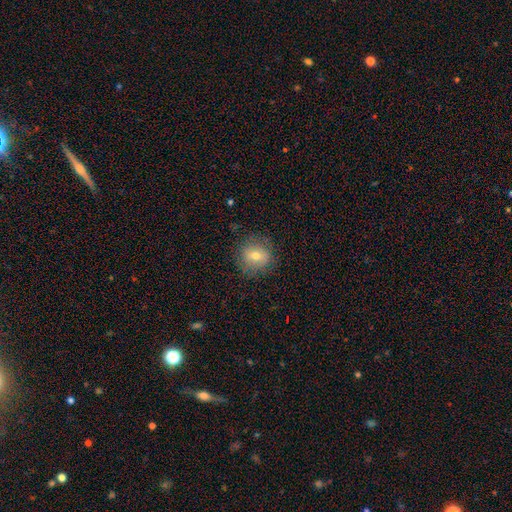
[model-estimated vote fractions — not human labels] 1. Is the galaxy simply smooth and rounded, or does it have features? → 68% smooth, 22% featured or disk, 10% star or artifact.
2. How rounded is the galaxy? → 84% round, 15% in between, 1% cigar-shaped.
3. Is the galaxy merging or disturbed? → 83% none, 12% minor disturbance, 4% major disturbance, 1% merger.